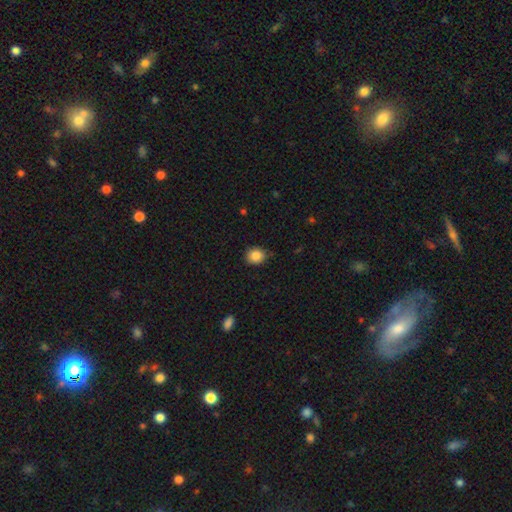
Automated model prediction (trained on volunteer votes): This is clearly a smooth galaxy (86%). How rounded: likely round (76%). Merging: clearly none (85%).